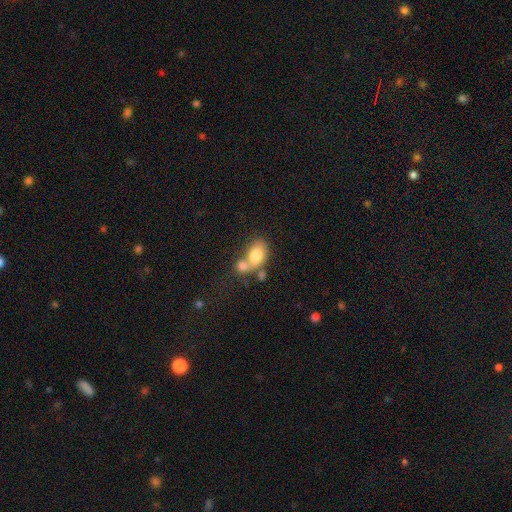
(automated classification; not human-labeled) A smooth galaxy with no disk features (77%) that is in between round and cigar-shaped (81%).

Vote fractions:
- Smooth or featured? smooth: 77% / featured or disk: 15% / star or artifact: 8%
- How rounded? in between: 81% / round: 17% / cigar-shaped: 2%
- Merging? merger: 55% / none: 28% / minor disturbance: 11% / major disturbance: 7%